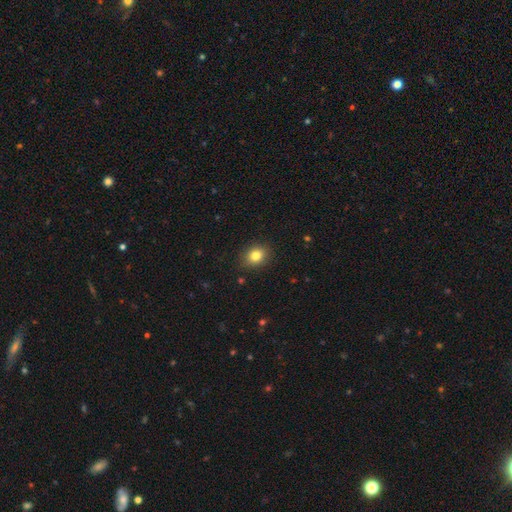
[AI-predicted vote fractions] Smooth or featured?
  - smooth: 82% *
  - star or artifact: 11%
  - featured or disk: 7%
How rounded?
  - round: 54% *
  - in between: 45%
  - cigar-shaped: 1%
Merging?
  - none: 88% *
  - minor disturbance: 9%
  - major disturbance: 2%
  - merger: 1%